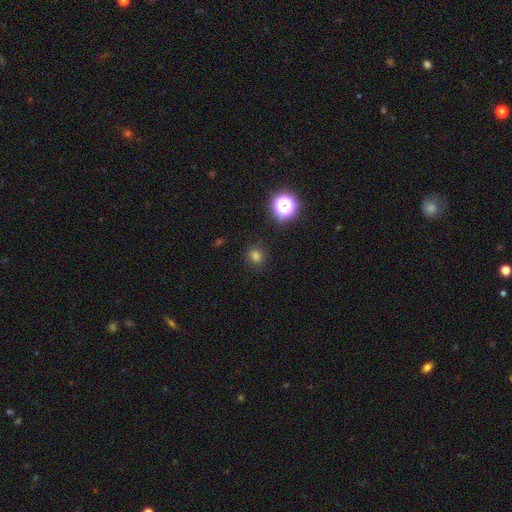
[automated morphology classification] Smooth or featured? smooth (73%)
How rounded? round (70%)
Merging? none (84%)